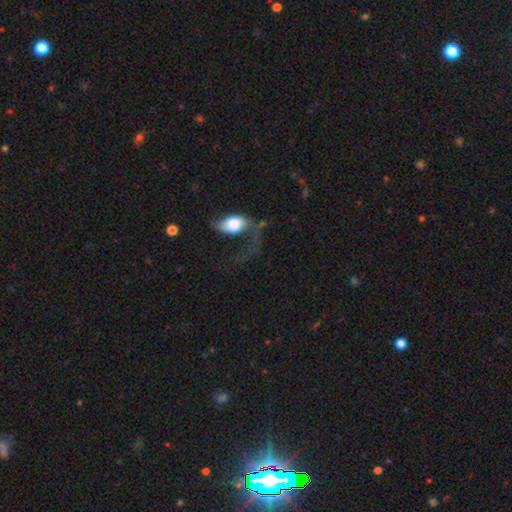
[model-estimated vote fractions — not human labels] Smooth or featured? Predicted: featured or disk (p=0.52). Edge-on disk? Predicted: no (p=0.88). Merging? Predicted: major disturbance (p=0.46).